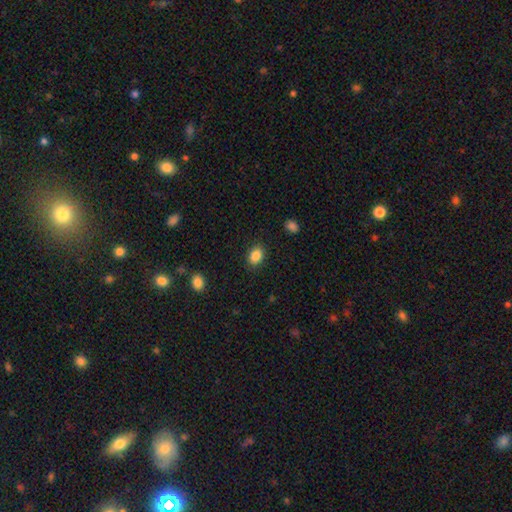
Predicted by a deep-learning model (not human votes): smooth-or-featured: smooth: 87% | star or artifact: 9% | featured or disk: 4%
  how-rounded: in between: 71% | round: 28% | cigar-shaped: 1%
  merging: none: 87% | minor disturbance: 9% | major disturbance: 3% | merger: 1%